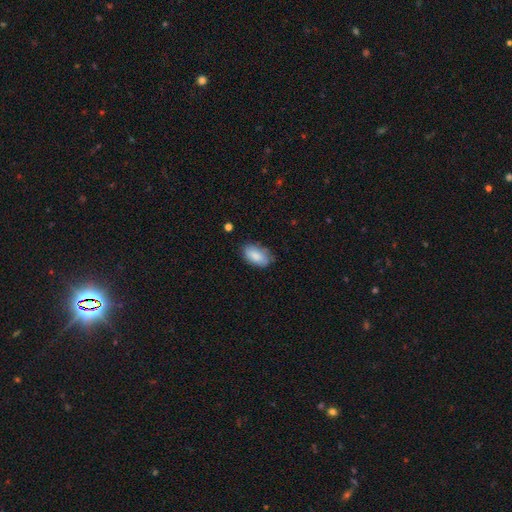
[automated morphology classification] smooth_or_featured: smooth (p=0.84) [alt: featured or disk p=0.09]
how_rounded: in between (p=0.94) [alt: round p=0.04]
merging: none (p=0.71) [alt: minor disturbance p=0.22]